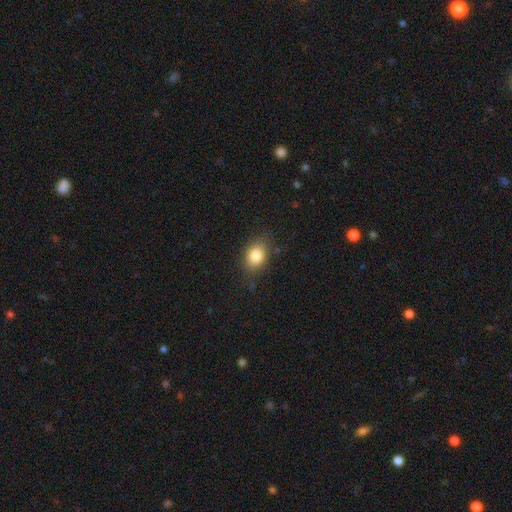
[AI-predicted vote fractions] Q: Smooth or featured?
A: smooth (83%); runner-up: star or artifact (9%)
Q: How rounded?
A: in between (69%); runner-up: round (30%)
Q: Merging?
A: none (79%); runner-up: minor disturbance (15%)